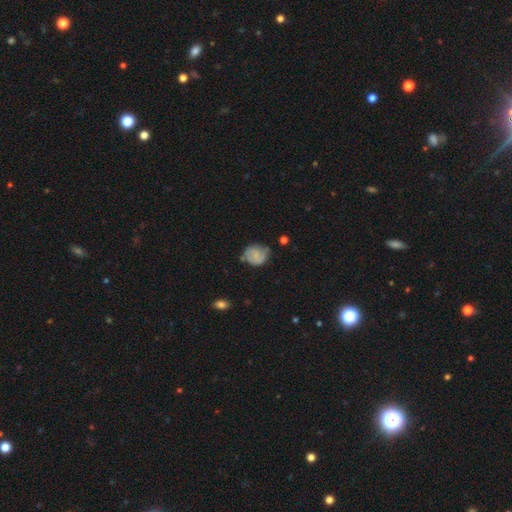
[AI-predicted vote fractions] smooth_or_featured: smooth (p=0.62) [alt: featured or disk p=0.30]
how_rounded: round (p=0.67) [alt: in between p=0.32]
merging: none (p=0.53) [alt: minor disturbance p=0.33]